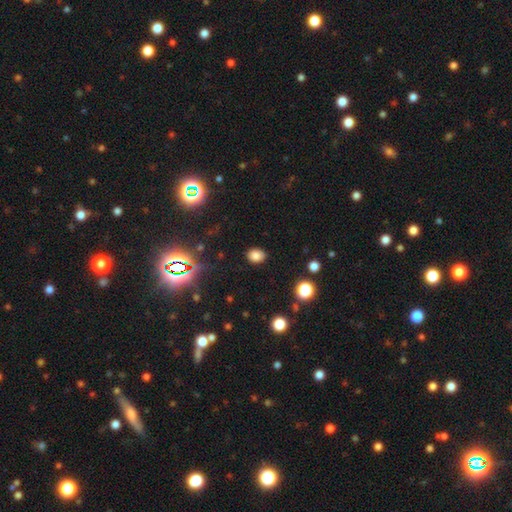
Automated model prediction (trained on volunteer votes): Q: Smooth or featured?
A: smooth (79%); runner-up: star or artifact (15%)
Q: How rounded?
A: in between (58%); runner-up: round (41%)
Q: Merging?
A: none (85%); runner-up: minor disturbance (11%)